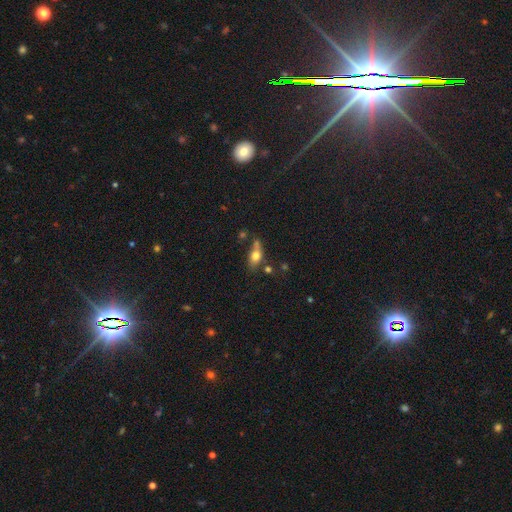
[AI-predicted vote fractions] Q: Smooth or featured?
A: smooth (72%); runner-up: featured or disk (18%)
Q: How rounded?
A: in between (74%); runner-up: round (17%)
Q: Merging?
A: none (48%); runner-up: merger (25%)